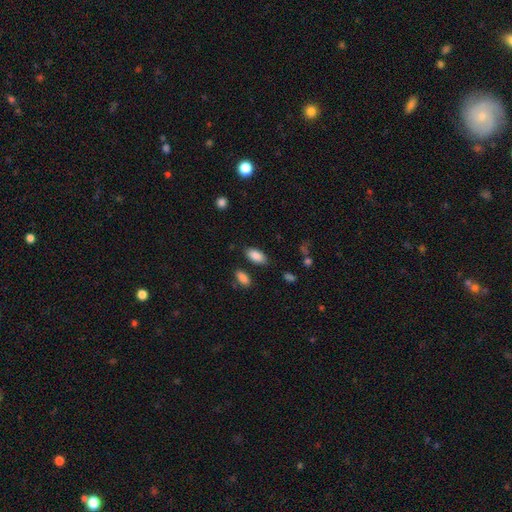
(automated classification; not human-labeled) Overall: smooth (87%). How rounded: in between (92%). Merging: none (81%).